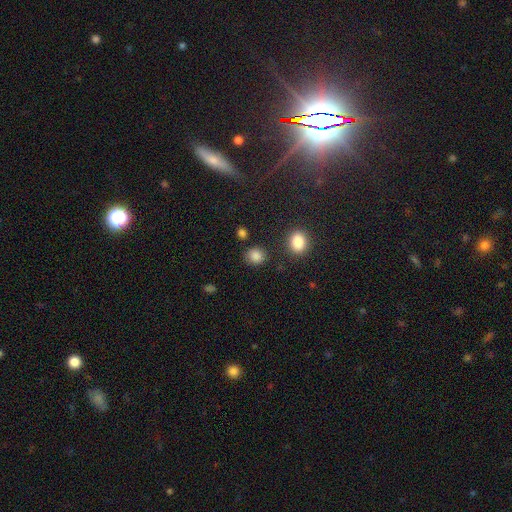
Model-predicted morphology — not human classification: This is clearly a smooth galaxy (85%). How rounded: likely round (77%). Merging: clearly none (83%).